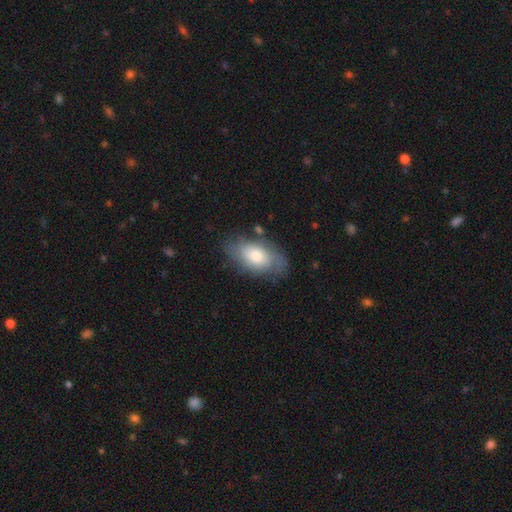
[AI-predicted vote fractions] A smooth galaxy with no disk features (52%) that is in between round and cigar-shaped (91%).

Vote fractions:
- Smooth or featured? smooth: 52% / featured or disk: 42% / star or artifact: 7%
- How rounded? in between: 91% / round: 7% / cigar-shaped: 3%
- Merging? none: 67% / minor disturbance: 23% / major disturbance: 8% / merger: 2%